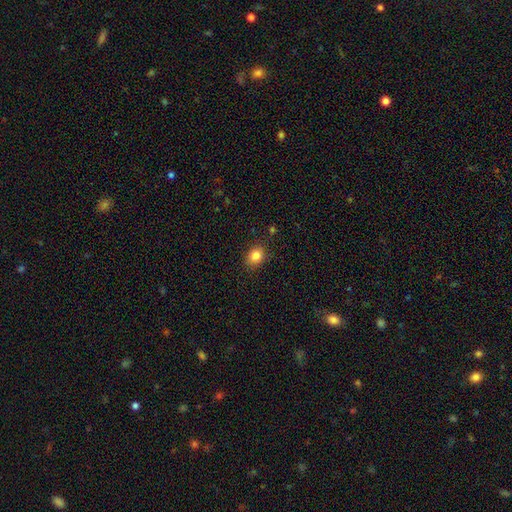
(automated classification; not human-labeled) A smooth galaxy with no disk features (85%) that is in between round and cigar-shaped (53%). Merging: none (85%).